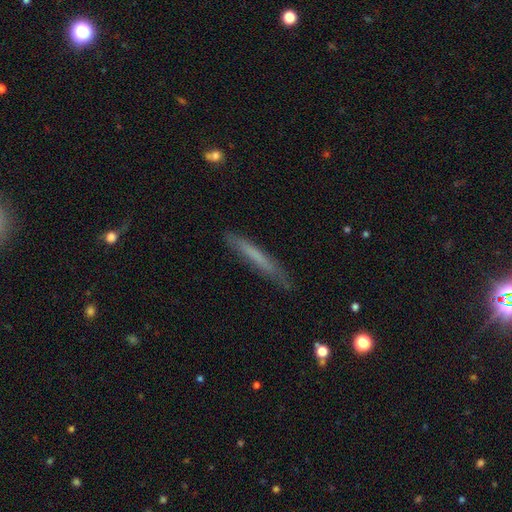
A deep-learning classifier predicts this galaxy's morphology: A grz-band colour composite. It shows a smooth galaxy with no disk features (60%) that is cigar-shaped (96%). Merging: none (81%).